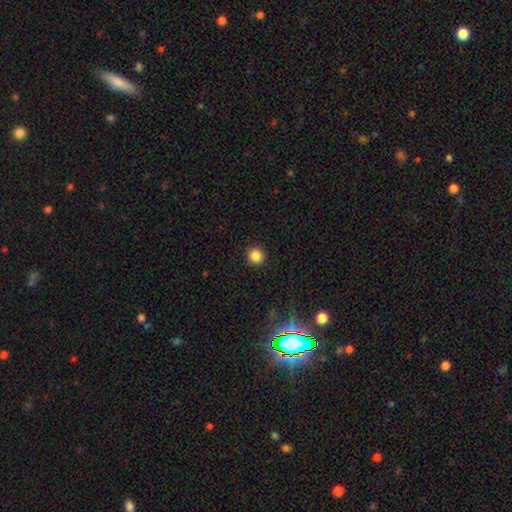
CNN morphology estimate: type=smooth (85%); roundness=round (95%); merging=none (93%).